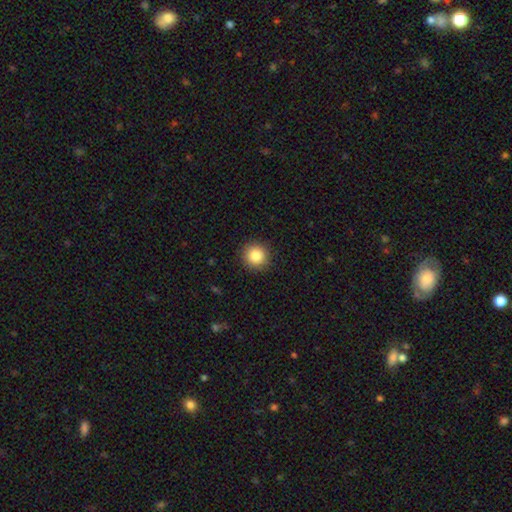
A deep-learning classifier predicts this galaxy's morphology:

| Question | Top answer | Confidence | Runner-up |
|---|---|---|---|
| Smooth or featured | smooth | 86% | star or artifact (9%) |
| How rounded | round | 94% | in between (5%) |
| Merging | none | 91% | minor disturbance (6%) |